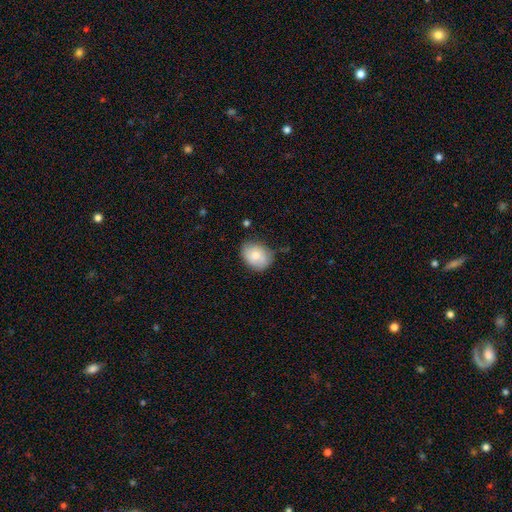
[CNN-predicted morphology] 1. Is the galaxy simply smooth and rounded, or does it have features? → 78% smooth, 15% featured or disk, 7% star or artifact.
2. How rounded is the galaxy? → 56% in between, 43% round, 1% cigar-shaped.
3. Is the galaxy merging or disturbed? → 72% none, 22% minor disturbance, 4% major disturbance, 2% merger.